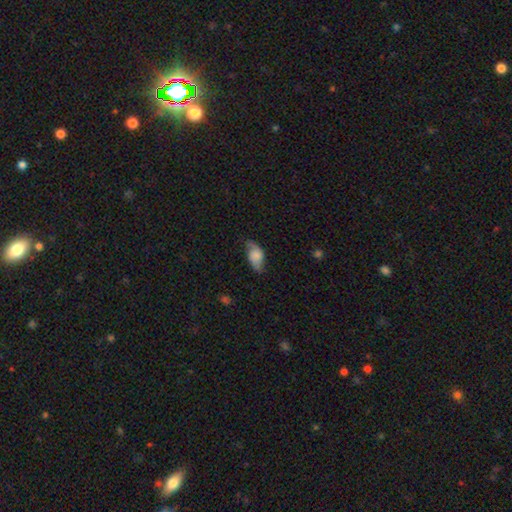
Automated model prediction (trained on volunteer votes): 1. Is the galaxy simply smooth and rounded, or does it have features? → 56% smooth, 36% featured or disk, 8% star or artifact.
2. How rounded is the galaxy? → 90% in between, 6% round, 4% cigar-shaped.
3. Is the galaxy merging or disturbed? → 61% none, 28% minor disturbance, 10% major disturbance, 2% merger.